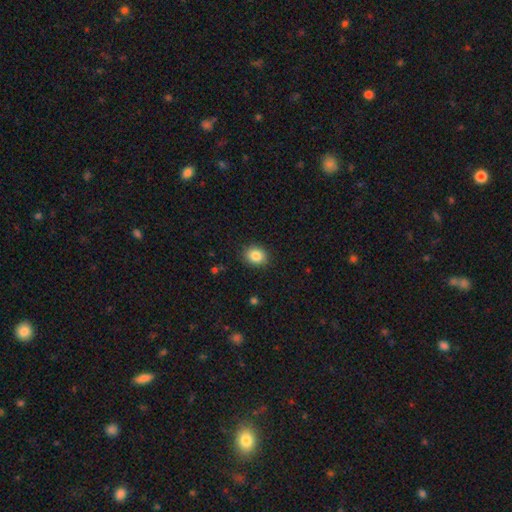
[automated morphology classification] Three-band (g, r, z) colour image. It shows a smooth galaxy with no disk features (85%) that is round (63%). Merging: none (89%).